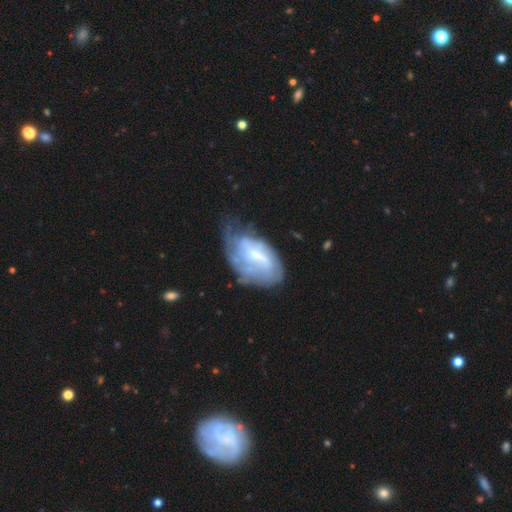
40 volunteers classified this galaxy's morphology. type=featured or disk (60%); edge-on=no (100%); bar=weak (46%); spiral arms=yes (71%); winding=tight (47%); arm count=can't tell (47%); bulge=small (38%); merging=minor disturbance (37%, tied with major disturbance).